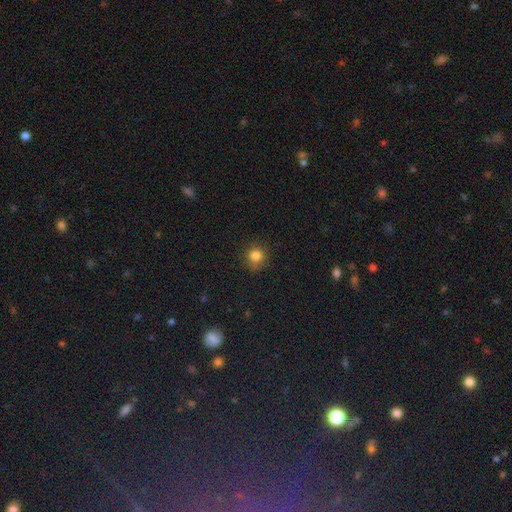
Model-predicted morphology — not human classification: smooth-or-featured: smooth: 82% | star or artifact: 13% | featured or disk: 5%
  how-rounded: round: 89% | in between: 10% | cigar-shaped: 1%
  merging: none: 83% | minor disturbance: 13% | major disturbance: 3% | merger: 1%